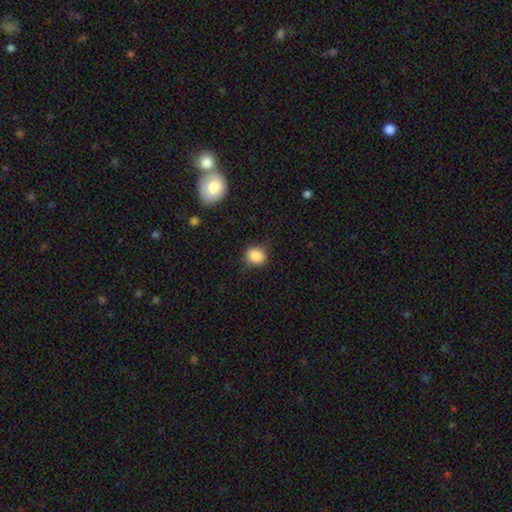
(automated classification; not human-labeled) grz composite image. It shows a smooth galaxy with no disk features (84%) that is round (63%). Merging: none (75%).